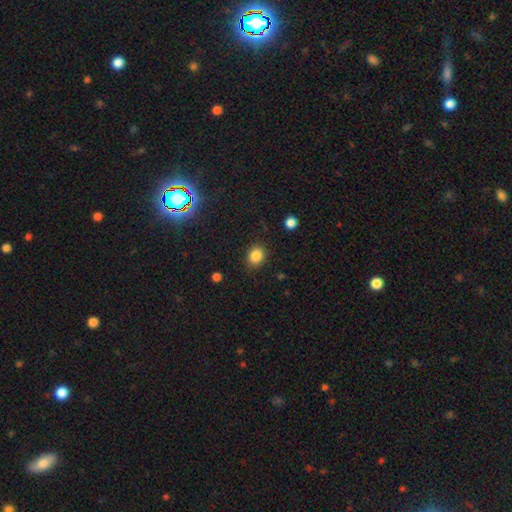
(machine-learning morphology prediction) Smooth or featured?
  - smooth: 84% *
  - star or artifact: 11%
  - featured or disk: 5%
How rounded?
  - round: 60% *
  - in between: 40%
  - cigar-shaped: 1%
Merging?
  - none: 87% *
  - minor disturbance: 9%
  - major disturbance: 3%
  - merger: 1%